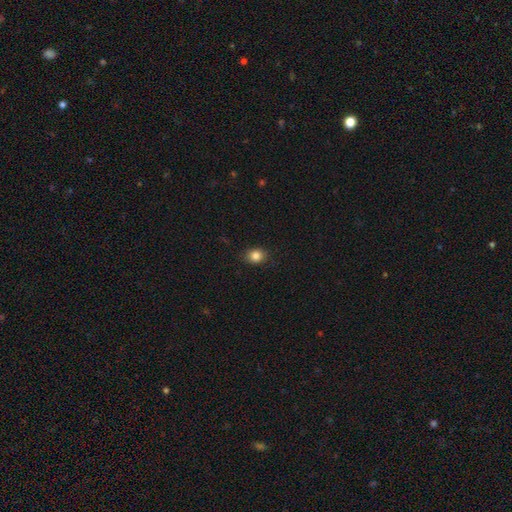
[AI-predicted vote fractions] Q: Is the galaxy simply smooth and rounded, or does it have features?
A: smooth — 85%.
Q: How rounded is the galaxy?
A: round — 56%.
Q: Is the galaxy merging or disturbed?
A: none — 85%.